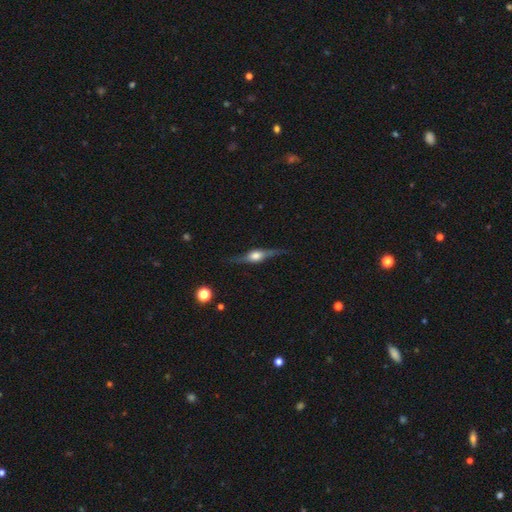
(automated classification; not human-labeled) Morphology: type=featured or disk (79%); edge-on=yes (96%); edge-on bulge=rounded (90%); merging=none (83%).